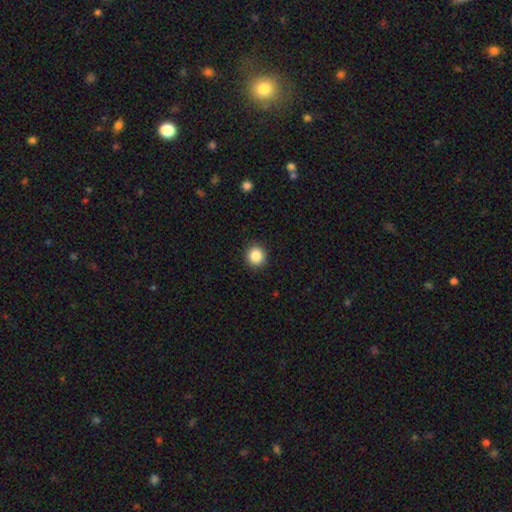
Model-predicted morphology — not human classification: Smooth or featured? smooth (87%)
How rounded? round (91%)
Merging? none (92%)